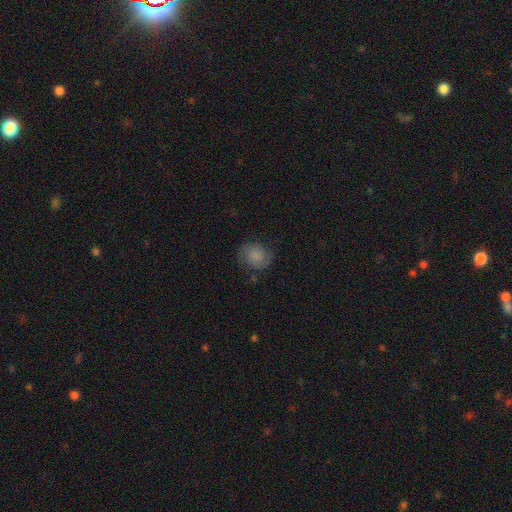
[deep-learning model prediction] Smooth or featured? smooth (70%)
How rounded? round (60%)
Merging? none (71%)